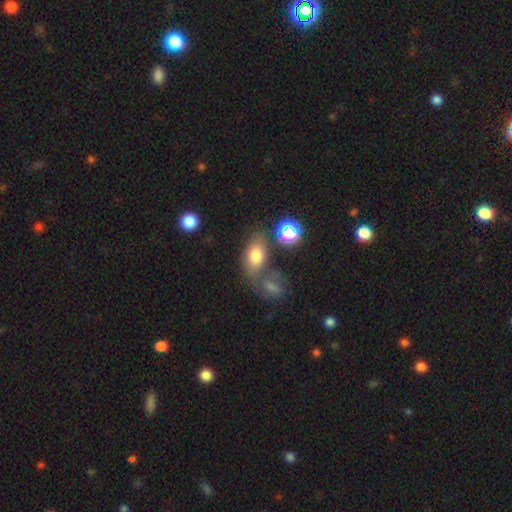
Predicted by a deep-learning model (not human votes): Smooth or featured?
  - smooth: 69% *
  - featured or disk: 17%
  - star or artifact: 14%
How rounded?
  - in between: 84% *
  - round: 14%
  - cigar-shaped: 3%
Merging?
  - none: 42% *
  - merger: 33%
  - minor disturbance: 15%
  - major disturbance: 10%